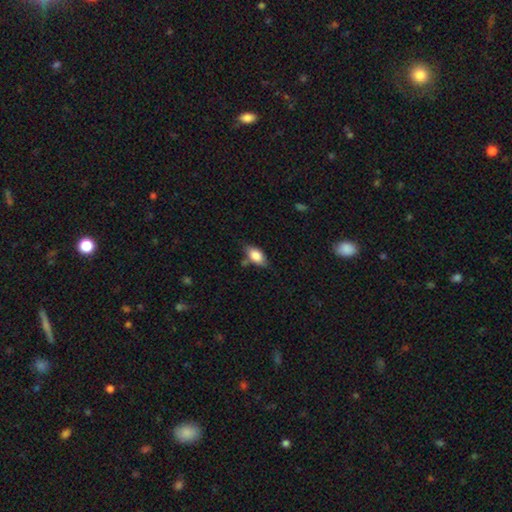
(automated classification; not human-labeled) Morphology: type=smooth (81%); roundness=in between (89%); merging=none (65%).